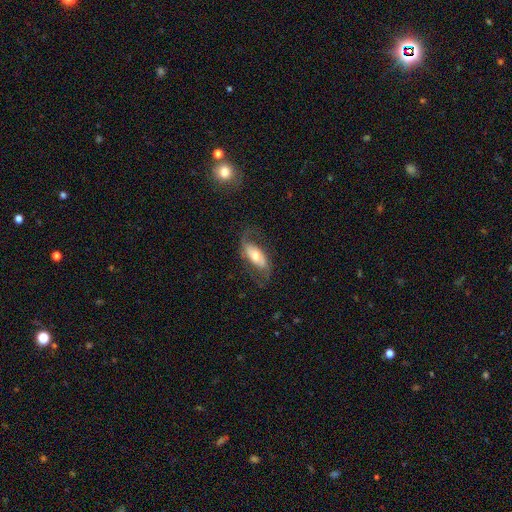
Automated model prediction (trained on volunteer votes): Smooth or featured? featured or disk (68%)
Edge-on disk? no (89%)
Bar? no (45%)
Spiral arms? yes (87%)
Spiral winding? loose (55%)
Spiral arm count? 2 (85%)
Bulge size? moderate (59%)
Merging? none (65%)